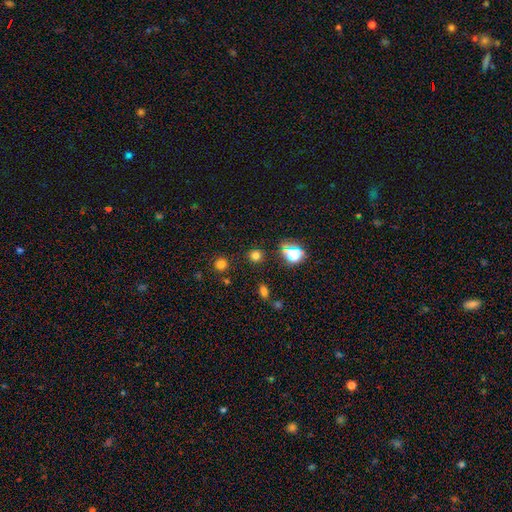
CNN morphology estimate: Smooth or featured: smooth — 72% (star or artifact — 23%)
How rounded: round — 91% (in between — 8%)
Merging: none — 88% (minor disturbance — 6%)